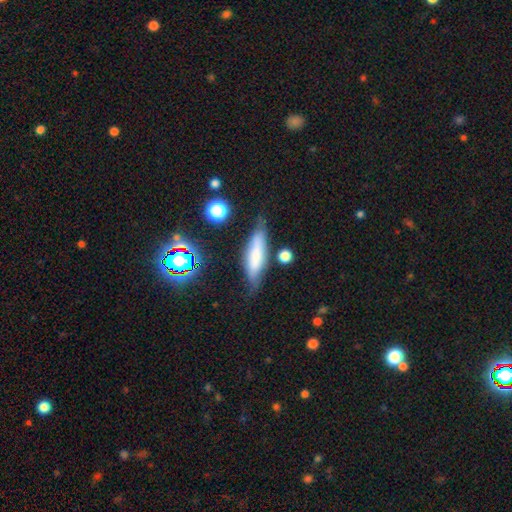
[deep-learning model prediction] smooth_or_featured: smooth (p=0.60) [alt: featured or disk p=0.31]
how_rounded: cigar-shaped (p=0.69) [alt: in between p=0.29]
merging: none (p=0.70) [alt: minor disturbance p=0.20]